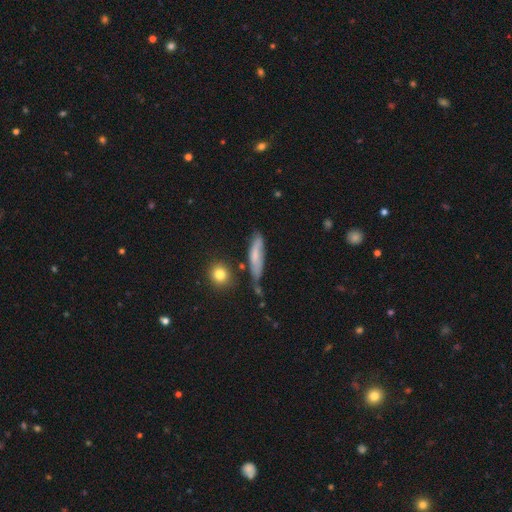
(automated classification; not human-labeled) smooth_or_featured: smooth (p=0.58) [alt: featured or disk p=0.34]
how_rounded: cigar-shaped (p=0.71) [alt: in between p=0.25]
merging: none (p=0.58) [alt: minor disturbance p=0.28]